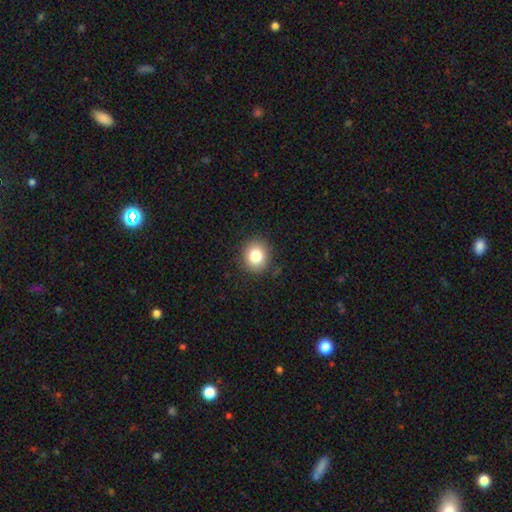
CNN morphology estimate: Smooth or featured? smooth (82%)
How rounded? round (78%)
Merging? none (87%)